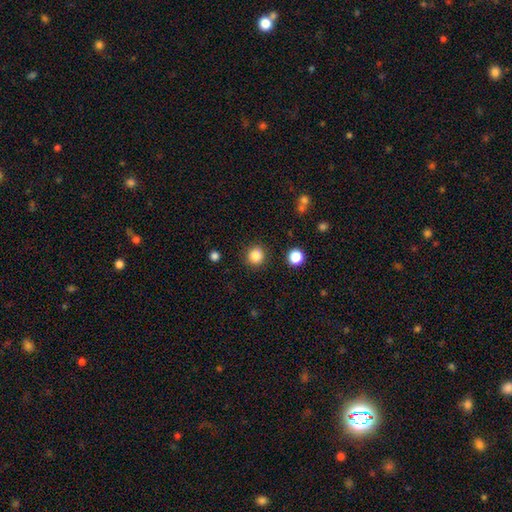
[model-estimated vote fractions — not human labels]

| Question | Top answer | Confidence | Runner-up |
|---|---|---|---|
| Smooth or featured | smooth | 85% | star or artifact (11%) |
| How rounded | round | 91% | in between (8%) |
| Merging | none | 86% | minor disturbance (9%) |